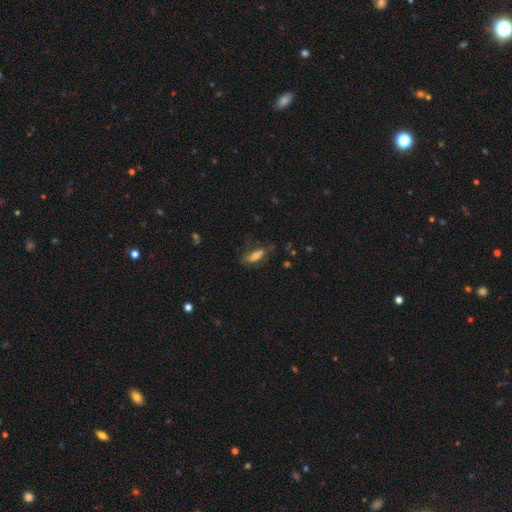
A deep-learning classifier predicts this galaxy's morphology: Smooth or featured? Predicted: smooth (p=0.59). How rounded? Predicted: in between (p=0.64). Merging? Predicted: none (p=0.51).